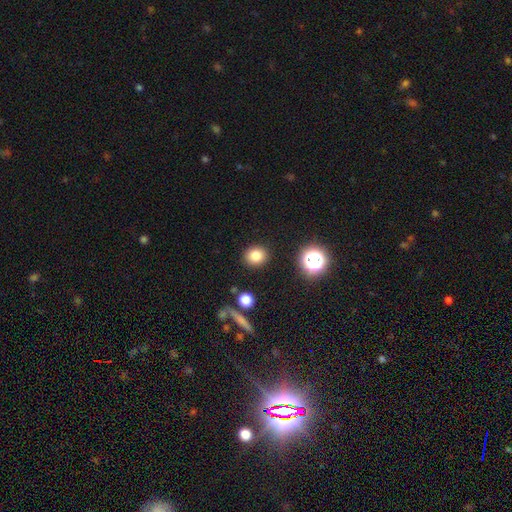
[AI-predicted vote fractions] smooth 81%, star or artifact 13%, featured or disk 6%. Down the decision tree: how rounded — round (73%); merging — none (89%).